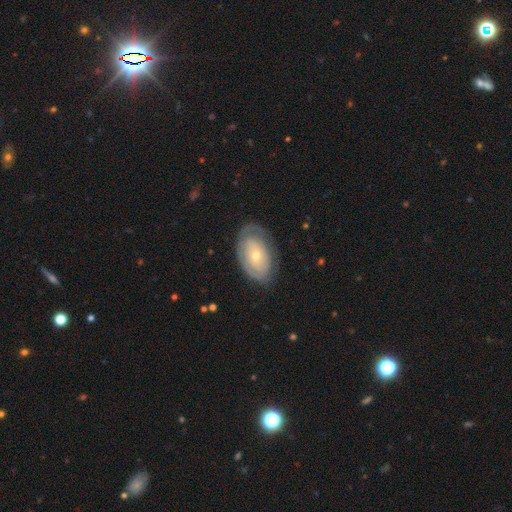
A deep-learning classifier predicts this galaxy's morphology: smooth_or_featured: featured or disk (p=0.62) [alt: smooth p=0.32]
disk_edge_on: no (p=0.93) [alt: yes p=0.07]
bar: no (p=0.84) [alt: weak p=0.12]
has_spiral_arms: yes (p=0.58) [alt: no p=0.42]
bulge_size: small (p=0.63) [alt: moderate p=0.33]
merging: none (p=0.73) [alt: minor disturbance p=0.19]